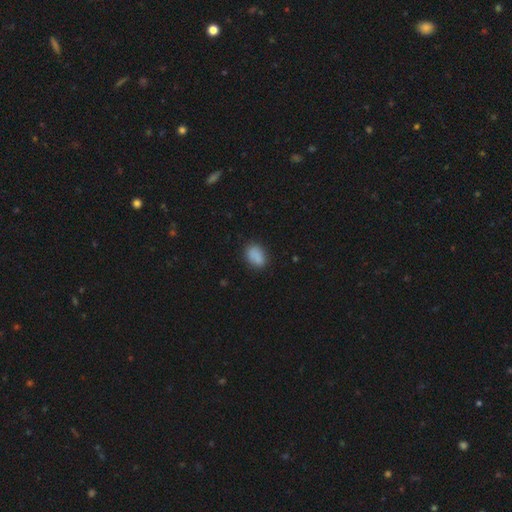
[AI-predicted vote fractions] This appears to be a smooth galaxy with no disk features (87%) that is in between round and cigar-shaped (84%). Merging: none (82%).